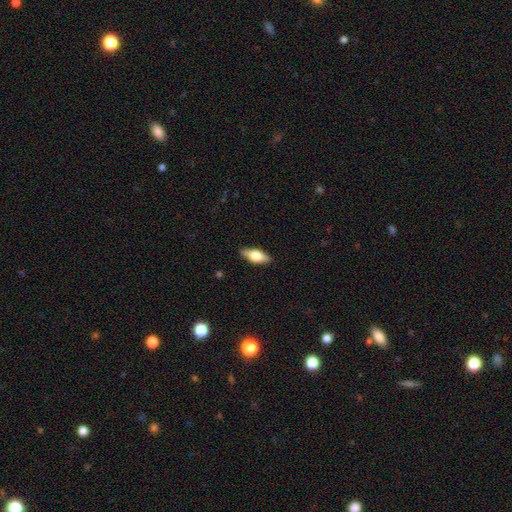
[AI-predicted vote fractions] smooth 59%, featured or disk 35%, star or artifact 6%. Down the decision tree: how rounded — in between (73%); merging — none (88%).